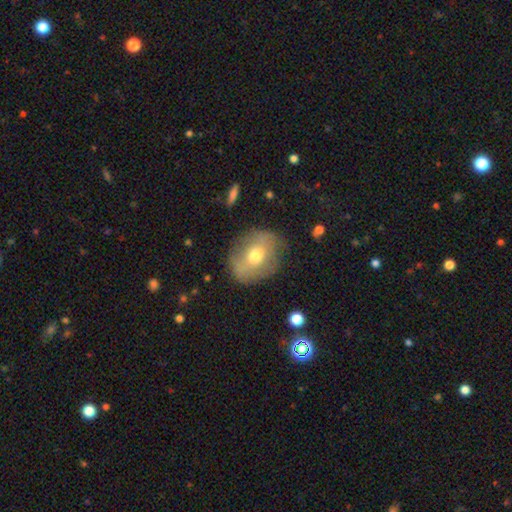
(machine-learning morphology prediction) type=smooth (56%); roundness=round (55%); merging=none (74%).